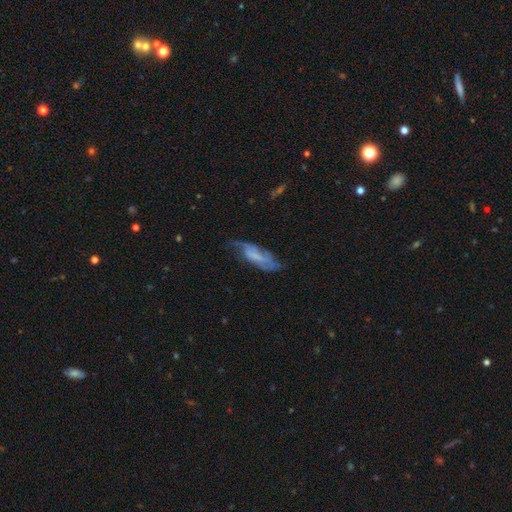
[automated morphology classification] featured or disk 58%, smooth 33%, star or artifact 9%. Down the decision tree: edge-on disk — no (83%); merging — none (46%).